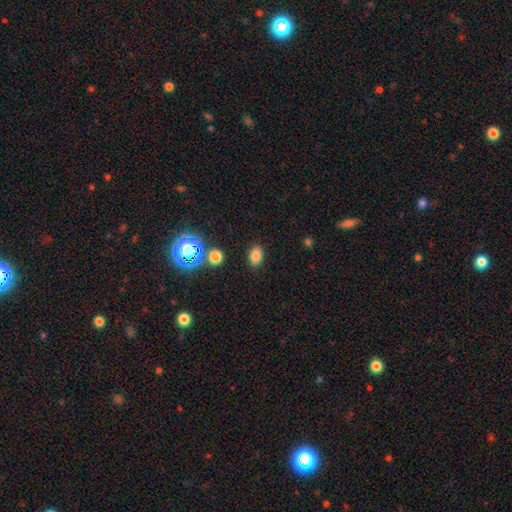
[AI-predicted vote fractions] smooth-or-featured: smooth: 79% | star or artifact: 15% | featured or disk: 6%
  how-rounded: in between: 82% | round: 16% | cigar-shaped: 1%
  merging: none: 86% | minor disturbance: 9% | major disturbance: 3% | merger: 2%